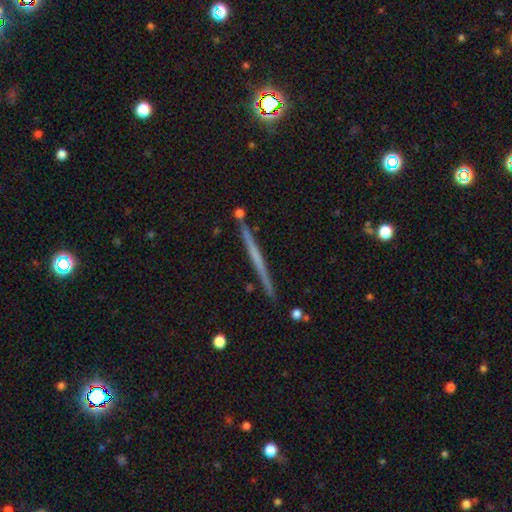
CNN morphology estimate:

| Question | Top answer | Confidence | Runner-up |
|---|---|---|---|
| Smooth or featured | featured or disk | 62% | smooth (30%) |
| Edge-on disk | yes | 98% | no (2%) |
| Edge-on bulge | none | 82% | rounded (13%) |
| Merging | none | 91% | minor disturbance (6%) |